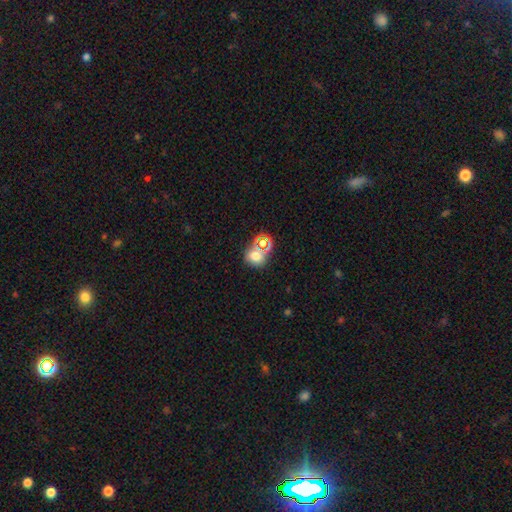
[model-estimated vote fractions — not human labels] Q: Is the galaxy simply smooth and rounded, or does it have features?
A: smooth — 67%.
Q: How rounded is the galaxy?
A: round — 68%.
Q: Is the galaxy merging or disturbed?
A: none — 63%.